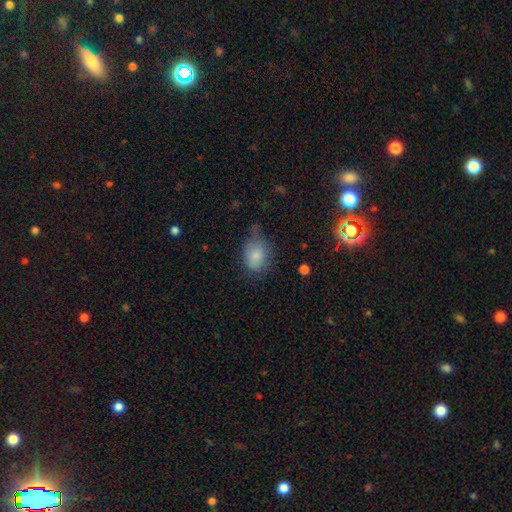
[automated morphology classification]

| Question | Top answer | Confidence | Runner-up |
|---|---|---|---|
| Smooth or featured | smooth | 81% | featured or disk (9%) |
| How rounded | in between | 70% | round (29%) |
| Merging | none | 50% | minor disturbance (34%) |